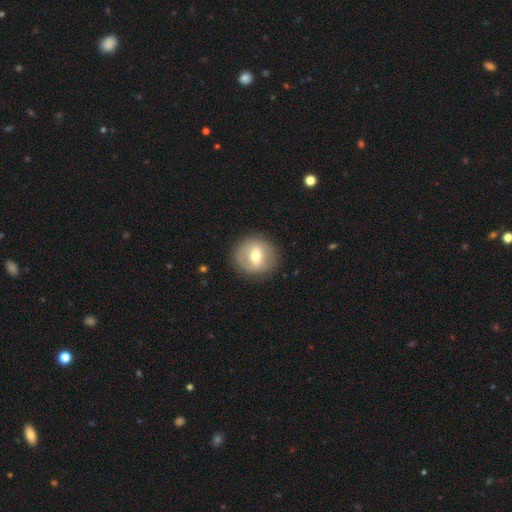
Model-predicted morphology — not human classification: Smooth or featured? Predicted: smooth (p=0.48). Merging? Predicted: none (p=0.86).